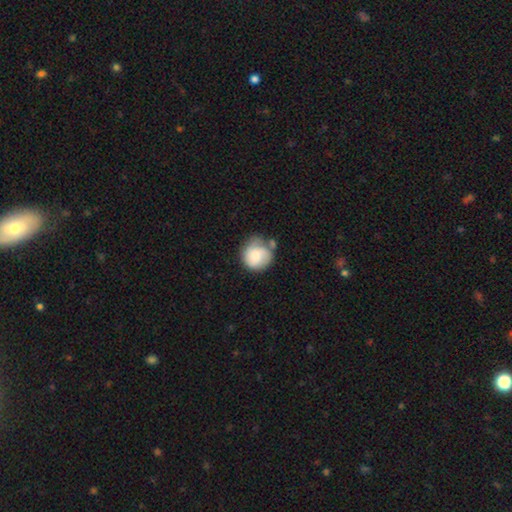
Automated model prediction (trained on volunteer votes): Morphology: type=smooth (71%); roundness=round (84%); merging=none (40%).